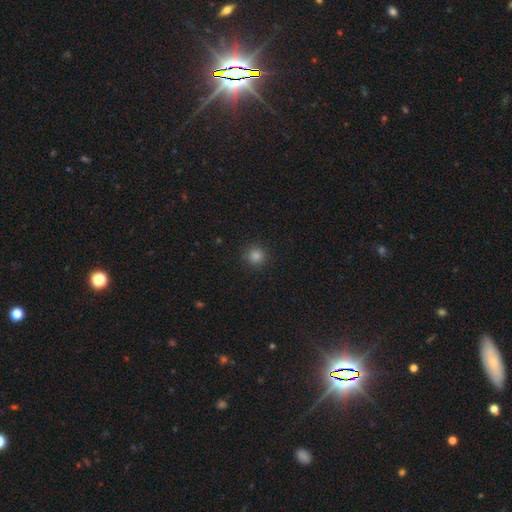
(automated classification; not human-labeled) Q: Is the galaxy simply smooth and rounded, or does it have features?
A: smooth — 80%.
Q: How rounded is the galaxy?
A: round — 95%.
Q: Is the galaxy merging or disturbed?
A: none — 92%.